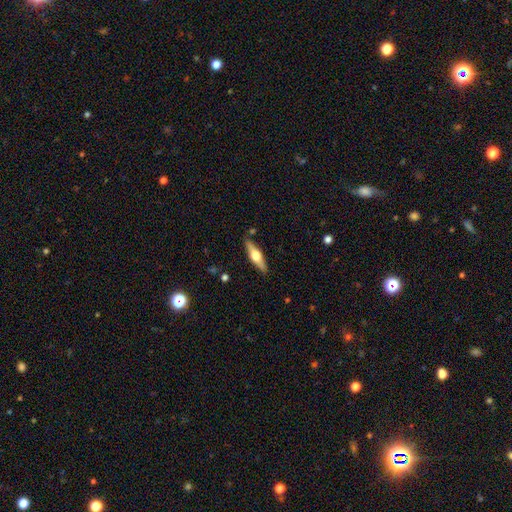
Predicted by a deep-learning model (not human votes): A featured or disk galaxy (62%) viewed edge-on (95%) with a rounded central bulge (94%).

Vote fractions:
- Smooth or featured? featured or disk: 62% / smooth: 32% / star or artifact: 6%
- Edge-on disk? yes: 95% / no: 5%
- Edge-on bulge? rounded: 94% / boxy: 4% / none: 2%
- Merging? none: 88% / minor disturbance: 9% / major disturbance: 2% / merger: 2%